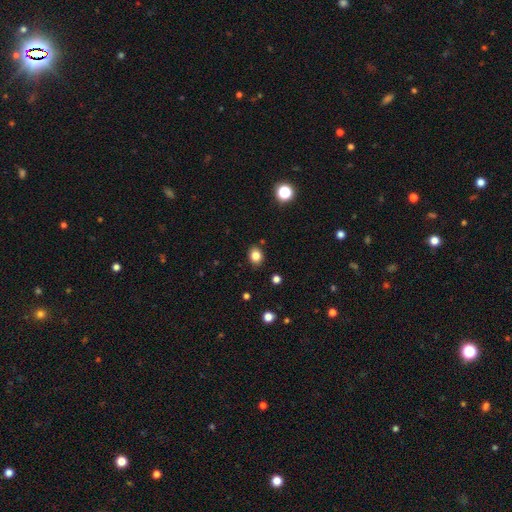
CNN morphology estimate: A smooth galaxy with no disk features (83%) that is round (55%).

Vote fractions:
- Smooth or featured? smooth: 83% / star or artifact: 12% / featured or disk: 5%
- How rounded? round: 55% / in between: 44% / cigar-shaped: 1%
- Merging? none: 88% / minor disturbance: 8% / major disturbance: 2% / merger: 2%